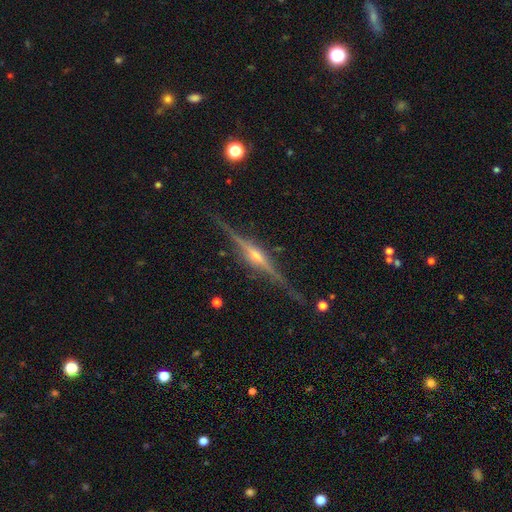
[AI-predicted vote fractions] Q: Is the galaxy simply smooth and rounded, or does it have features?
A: featured or disk — 89%.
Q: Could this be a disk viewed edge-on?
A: yes — 98%.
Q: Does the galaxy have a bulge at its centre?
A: rounded — 84%.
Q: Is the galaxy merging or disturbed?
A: none — 86%.